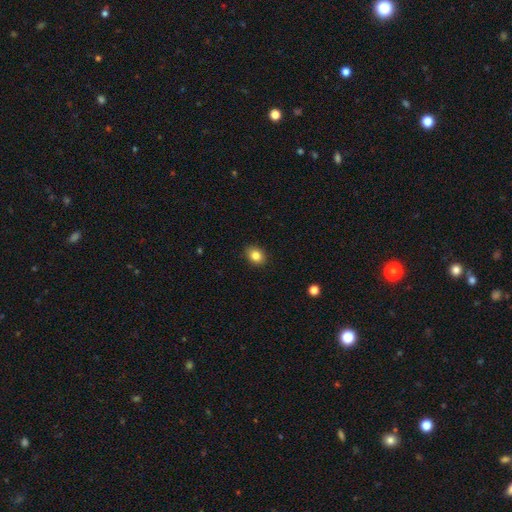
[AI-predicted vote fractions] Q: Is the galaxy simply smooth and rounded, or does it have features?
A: smooth — 84%.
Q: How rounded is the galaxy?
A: in between — 52%.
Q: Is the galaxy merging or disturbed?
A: none — 89%.